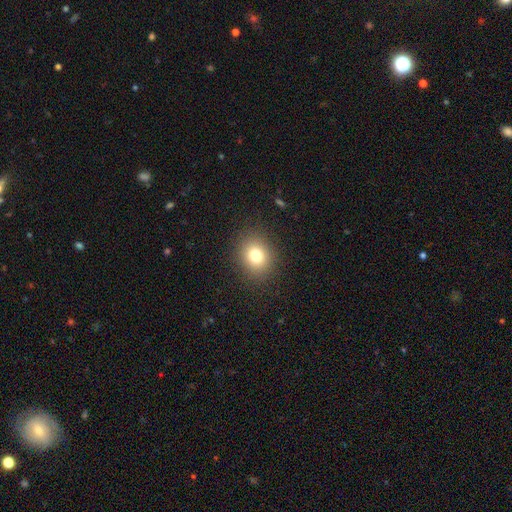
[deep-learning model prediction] Smooth or featured? Predicted: smooth (p=0.78). How rounded? Predicted: round (p=0.68). Merging? Predicted: none (p=0.88).